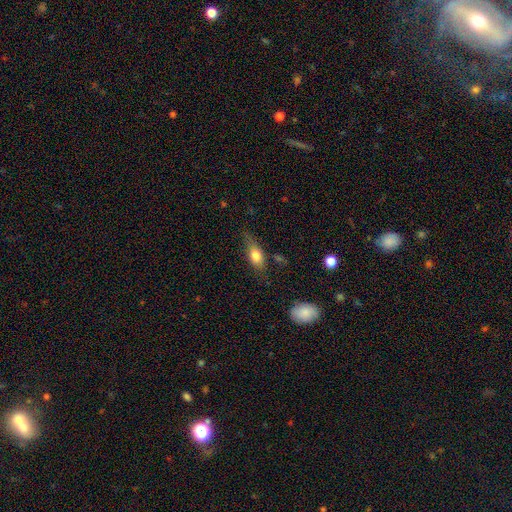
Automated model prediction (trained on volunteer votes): smooth-or-featured: smooth: 74% | featured or disk: 18% | star or artifact: 8%
  how-rounded: in between: 77% | cigar-shaped: 14% | round: 9%
  merging: none: 59% | minor disturbance: 28% | major disturbance: 10% | merger: 3%